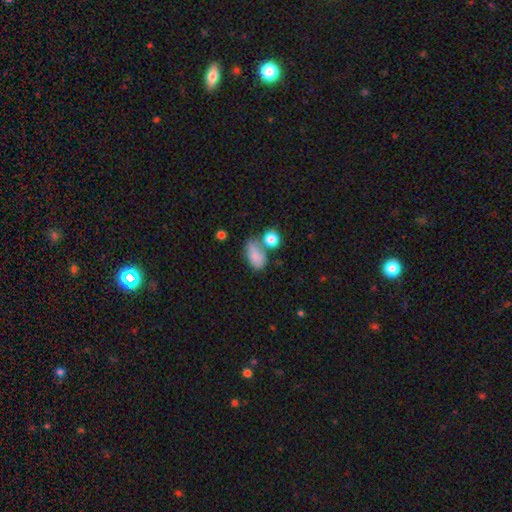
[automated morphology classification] This appears to be a smooth galaxy with no disk features (82%) that is in between round and cigar-shaped (87%). Merging: none (42%).